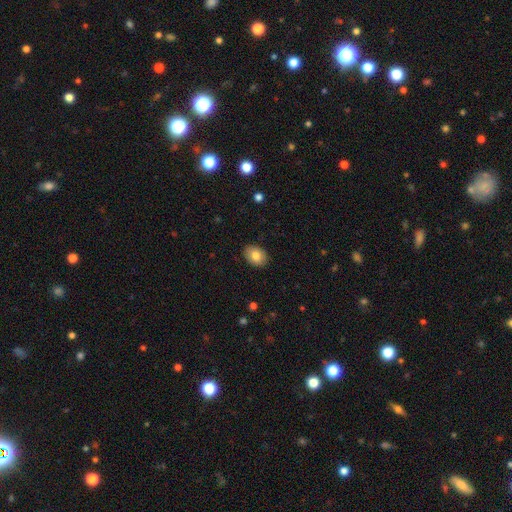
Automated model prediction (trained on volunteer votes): Overall: smooth (81%). How rounded: in between (70%). Merging: none (89%).